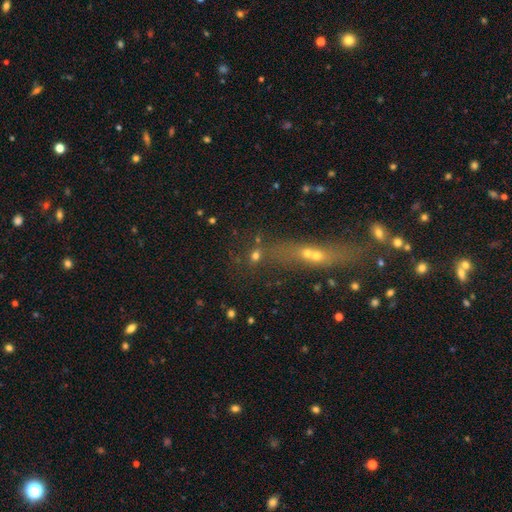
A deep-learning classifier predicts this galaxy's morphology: smooth 61%, star or artifact 24%, featured or disk 15%. Down the decision tree: how rounded — round (57%); merging — none (42%).